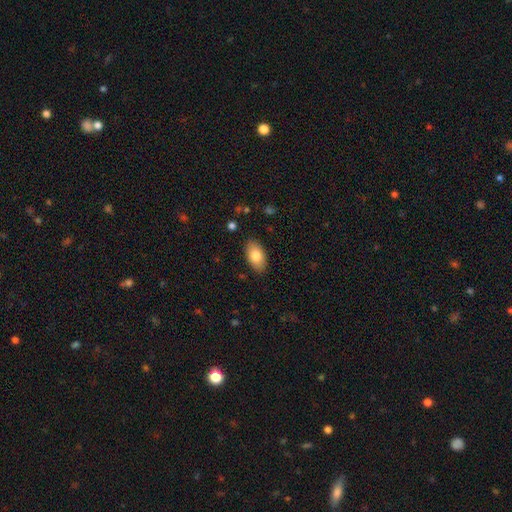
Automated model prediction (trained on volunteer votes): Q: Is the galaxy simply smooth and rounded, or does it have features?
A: smooth — 80%.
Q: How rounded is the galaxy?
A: in between — 93%.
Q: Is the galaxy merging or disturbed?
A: none — 87%.